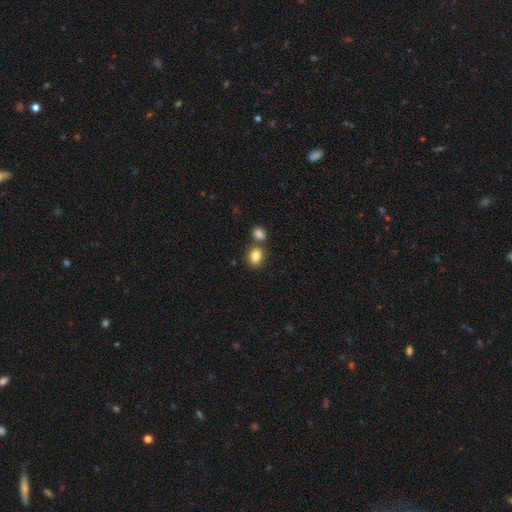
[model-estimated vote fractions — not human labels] smooth 85%, star or artifact 9%, featured or disk 6%. Down the decision tree: how rounded — in between (76%); merging — none (56%).